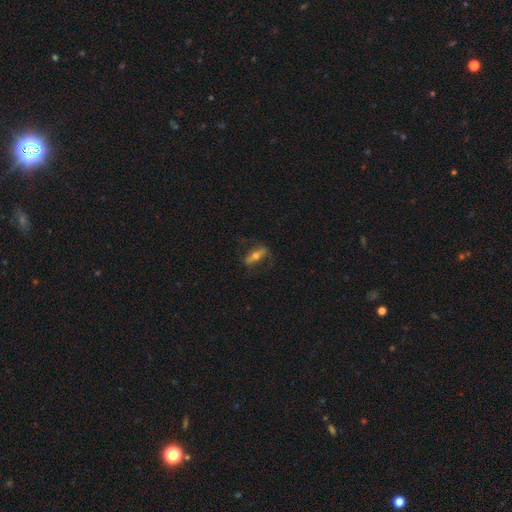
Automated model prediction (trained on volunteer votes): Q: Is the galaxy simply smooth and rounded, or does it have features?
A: featured or disk — 55%.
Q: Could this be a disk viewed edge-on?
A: yes — 54%.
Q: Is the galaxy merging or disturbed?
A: none — 70%.